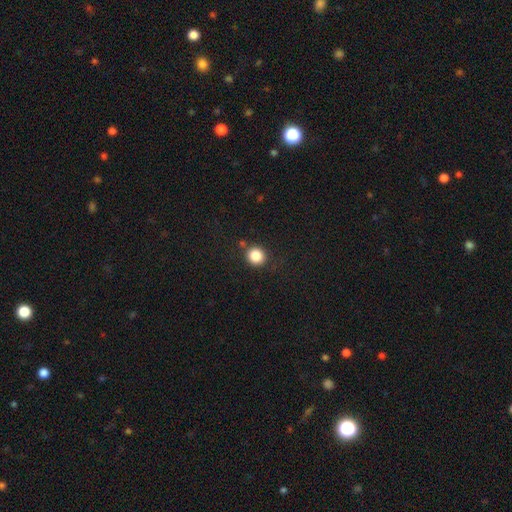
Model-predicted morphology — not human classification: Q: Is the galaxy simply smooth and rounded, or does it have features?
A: smooth — 85%.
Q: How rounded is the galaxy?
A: round — 88%.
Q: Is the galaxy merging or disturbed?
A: none — 84%.